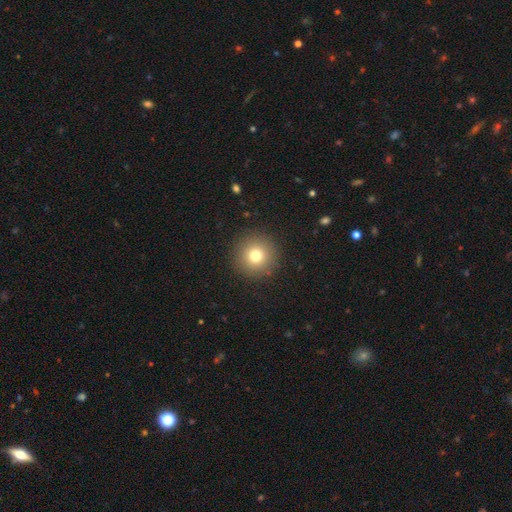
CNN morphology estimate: Q: Smooth or featured?
A: smooth (77%); runner-up: star or artifact (13%)
Q: How rounded?
A: round (96%); runner-up: in between (3%)
Q: Merging?
A: none (91%); runner-up: minor disturbance (5%)